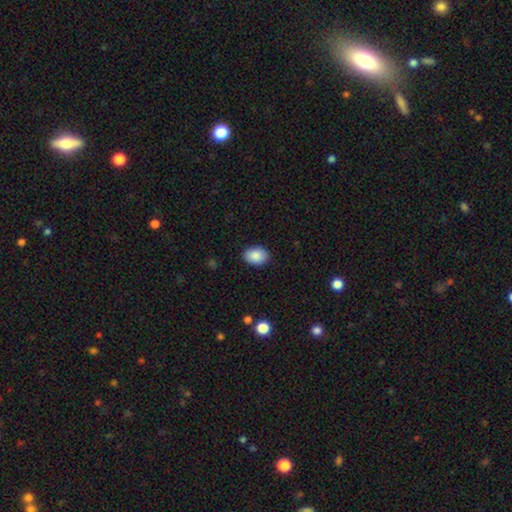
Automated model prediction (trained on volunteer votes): Smooth or featured? smooth (88%)
How rounded? in between (79%)
Merging? none (88%)